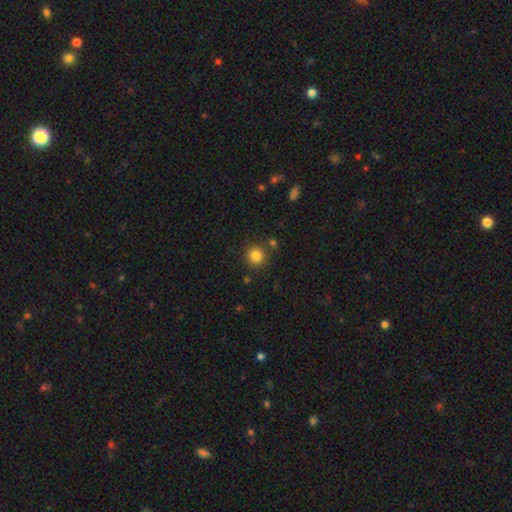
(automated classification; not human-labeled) Overall: smooth (84%). How rounded: round (90%). Merging: none (84%).